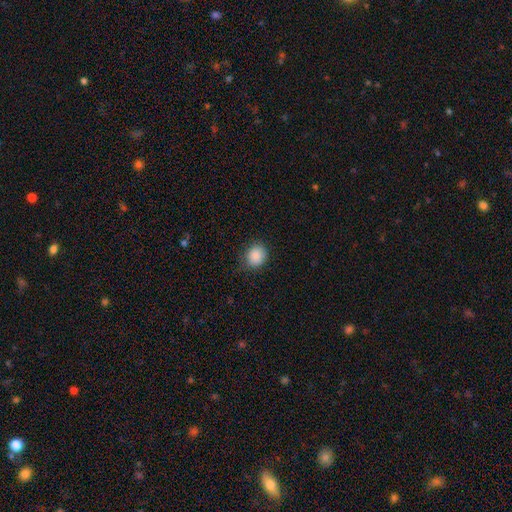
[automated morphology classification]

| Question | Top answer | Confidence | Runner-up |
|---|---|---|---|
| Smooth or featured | smooth | 88% | star or artifact (8%) |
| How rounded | round | 75% | in between (24%) |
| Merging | none | 78% | minor disturbance (17%) |